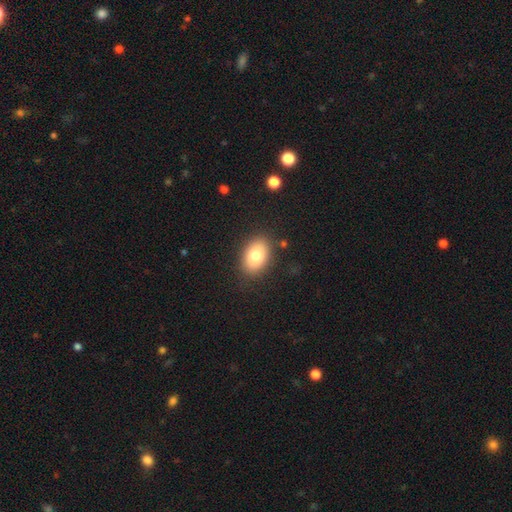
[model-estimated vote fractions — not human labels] This is likely a smooth galaxy (78%). How rounded: clearly in between (83%). Merging: clearly none (86%).